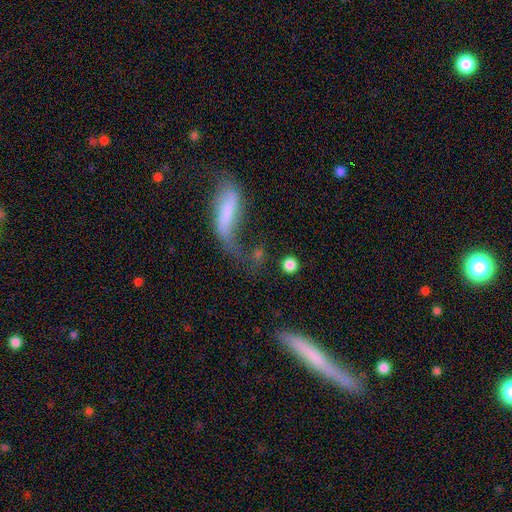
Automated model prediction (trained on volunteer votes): smooth 58%, featured or disk 31%, star or artifact 11%. Down the decision tree: how rounded — in between (41%); merging — none (41%).